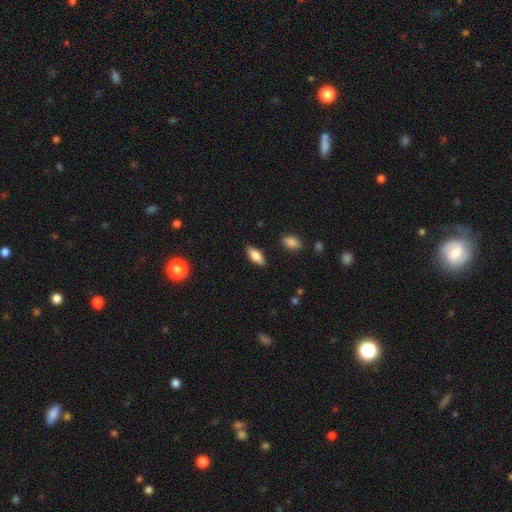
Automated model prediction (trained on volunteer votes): Smooth or featured: smooth — 77% (featured or disk — 16%)
How rounded: in between — 79% (cigar-shaped — 18%)
Merging: none — 85% (minor disturbance — 11%)